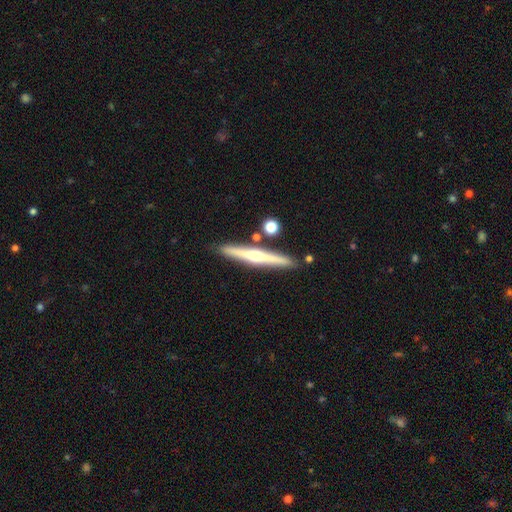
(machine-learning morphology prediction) featured or disk 65%, smooth 29%, star or artifact 6%. Down the decision tree: edge-on disk — yes (97%); edge-on bulge — rounded (87%); merging — none (86%).